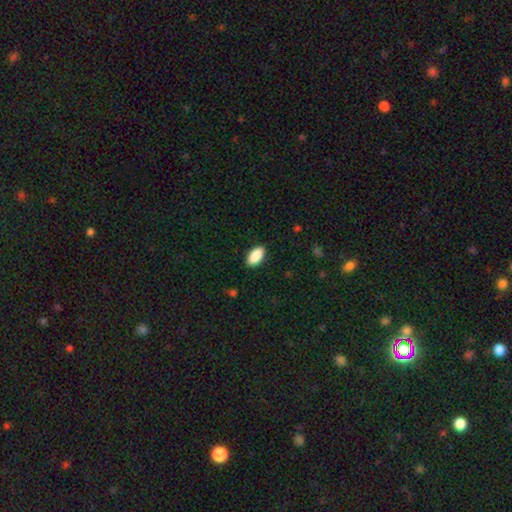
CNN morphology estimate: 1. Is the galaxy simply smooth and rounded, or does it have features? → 90% smooth, 6% star or artifact, 4% featured or disk.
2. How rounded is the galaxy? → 94% in between, 4% cigar-shaped, 3% round.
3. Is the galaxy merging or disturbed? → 89% none, 8% minor disturbance, 2% major disturbance, 1% merger.